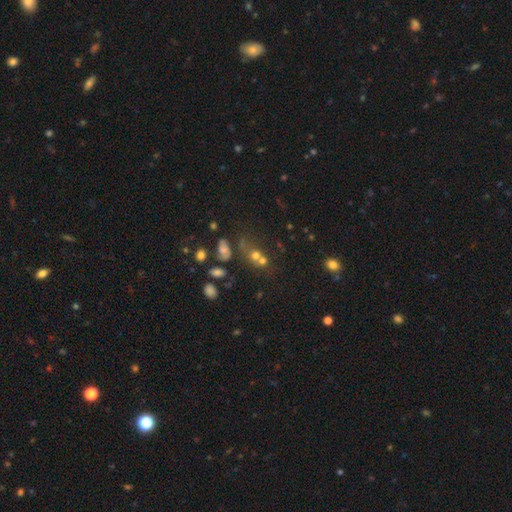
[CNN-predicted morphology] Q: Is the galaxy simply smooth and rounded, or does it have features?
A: smooth — 58%.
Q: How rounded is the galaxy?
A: round — 66%.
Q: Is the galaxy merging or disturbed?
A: merger — 48%.